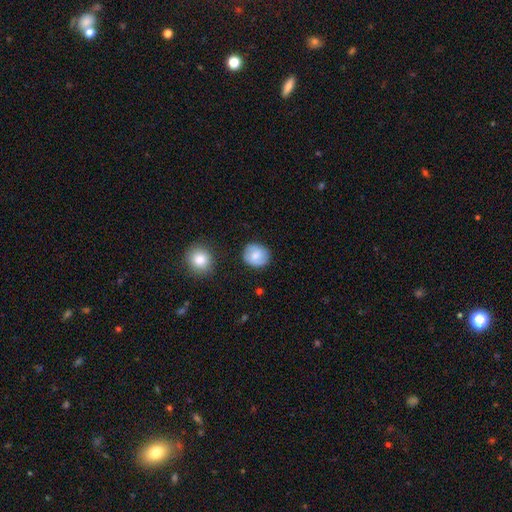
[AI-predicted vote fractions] Morphology: type=smooth (66%); roundness=round (77%); merging=none (81%).